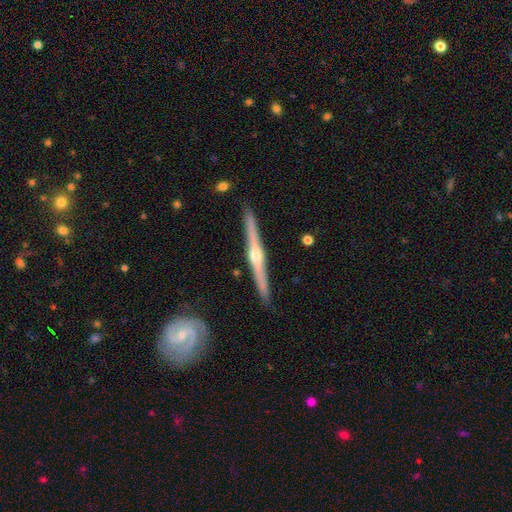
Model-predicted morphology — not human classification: type=featured or disk (79%); edge-on=yes (98%); edge-on bulge=rounded (91%); merging=none (91%).